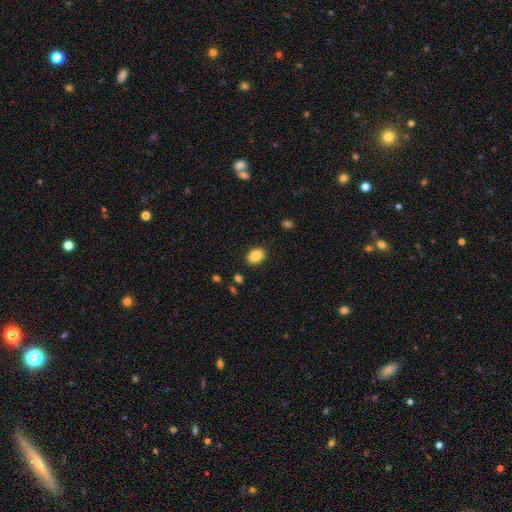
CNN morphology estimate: smooth_or_featured: smooth (p=0.88) [alt: star or artifact p=0.08]
how_rounded: in between (p=0.71) [alt: round p=0.28]
merging: none (p=0.88) [alt: minor disturbance p=0.08]